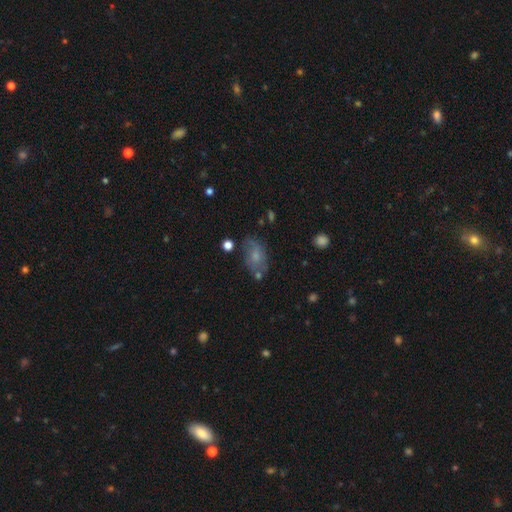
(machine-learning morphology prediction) This is possibly a smooth galaxy (57%). How rounded: clearly in between (85%). Merging: possibly none (57%).